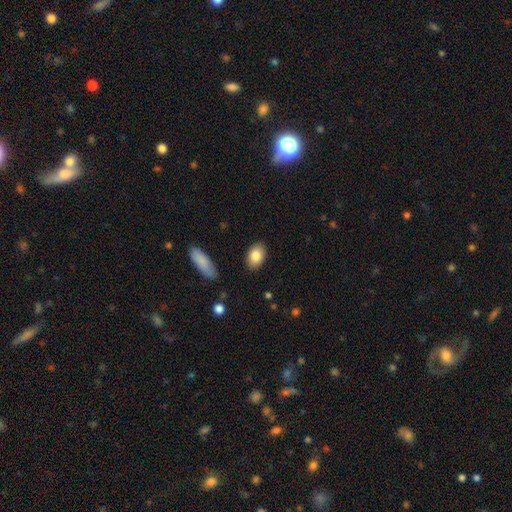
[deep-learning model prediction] Q: Smooth or featured?
A: smooth (84%); runner-up: featured or disk (9%)
Q: How rounded?
A: in between (87%); runner-up: round (12%)
Q: Merging?
A: none (87%); runner-up: minor disturbance (9%)